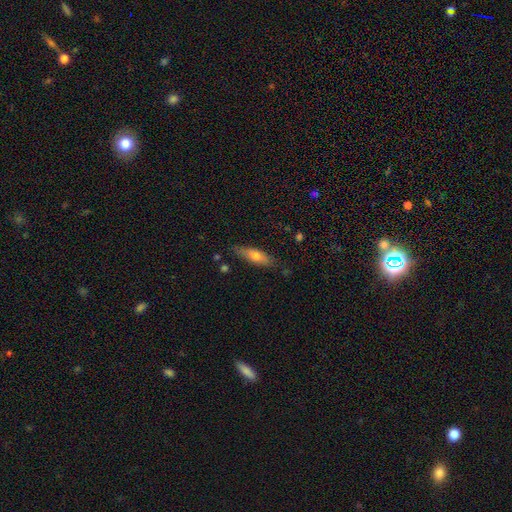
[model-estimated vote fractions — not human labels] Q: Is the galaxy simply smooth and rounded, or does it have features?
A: smooth — 58%.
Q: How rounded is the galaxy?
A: cigar-shaped — 61%.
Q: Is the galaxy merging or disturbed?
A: none — 81%.